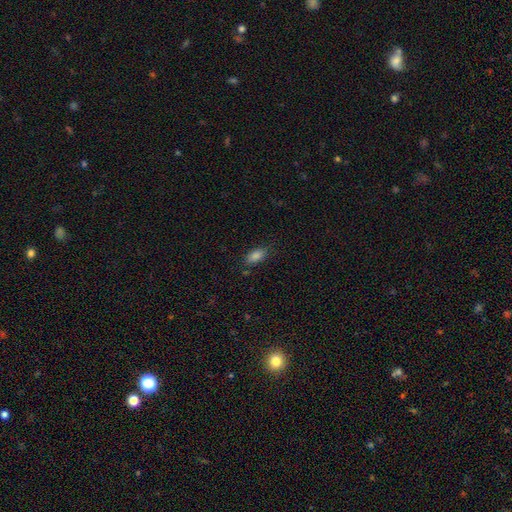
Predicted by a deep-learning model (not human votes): smooth 82%, star or artifact 11%, featured or disk 7%. Down the decision tree: how rounded — in between (87%); merging — none (78%).